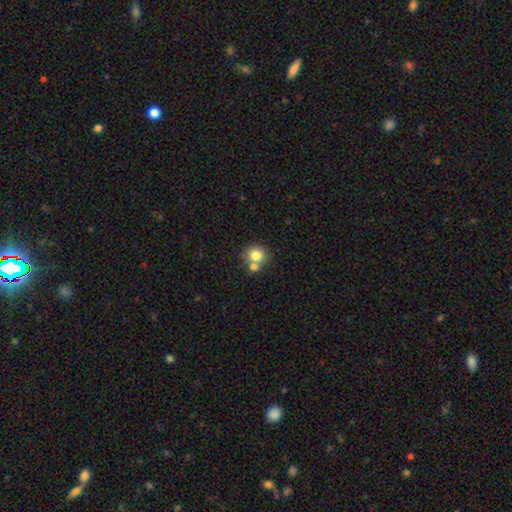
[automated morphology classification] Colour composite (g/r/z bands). It shows a smooth galaxy with no disk features (79%) that is round (84%). Merging: none (51%).